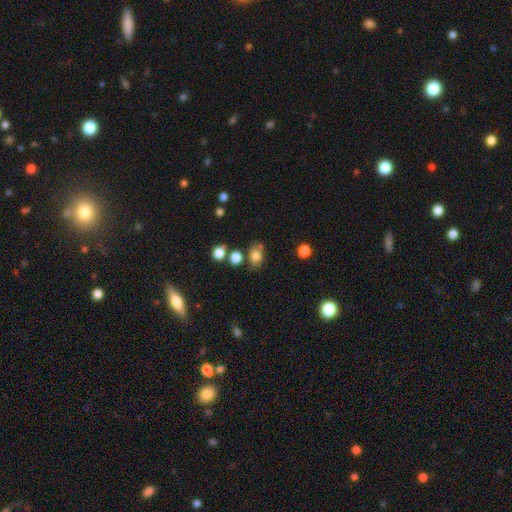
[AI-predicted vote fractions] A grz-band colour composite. It shows a smooth galaxy with no disk features (79%) that is in between round and cigar-shaped (58%). Merging: none (68%).